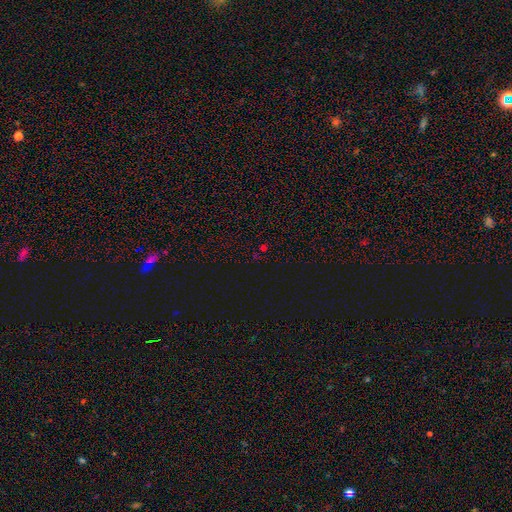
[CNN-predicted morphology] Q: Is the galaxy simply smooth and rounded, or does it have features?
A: star or artifact — 69%.